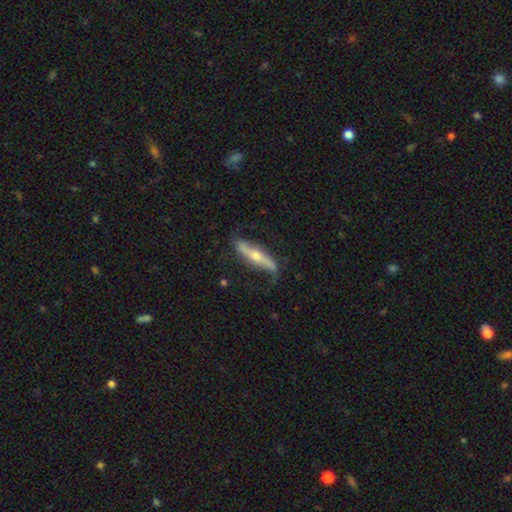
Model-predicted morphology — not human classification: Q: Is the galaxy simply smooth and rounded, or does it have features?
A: featured or disk — 71%.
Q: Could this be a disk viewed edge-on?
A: yes — 59%.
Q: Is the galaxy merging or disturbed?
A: none — 68%.